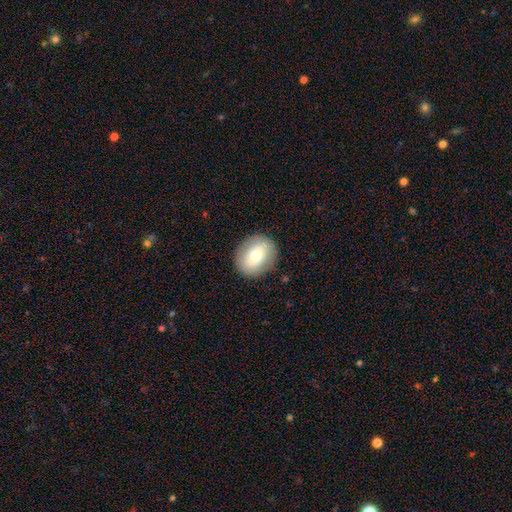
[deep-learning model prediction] smooth_or_featured: smooth (p=0.65) [alt: featured or disk p=0.27]
how_rounded: round (p=0.62) [alt: in between p=0.37]
merging: none (p=0.86) [alt: minor disturbance p=0.09]